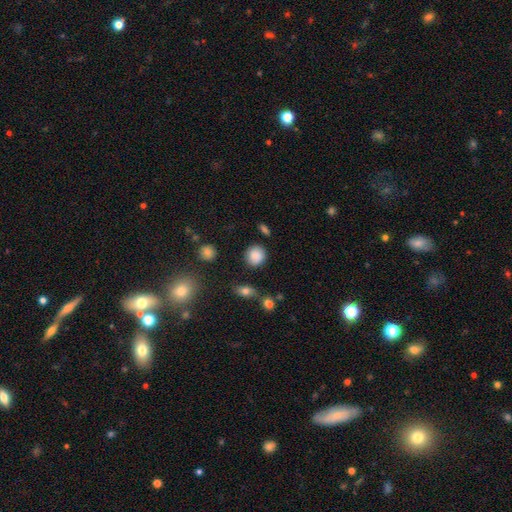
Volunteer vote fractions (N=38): smooth-or-featured: smooth: 84% | featured or disk: 11% | star or artifact: 5%
  how-rounded: round: 88% | in between: 12% | cigar-shaped: 0%
  merging: none: 89% | minor disturbance: 11% | major disturbance: 0% | merger: 0%